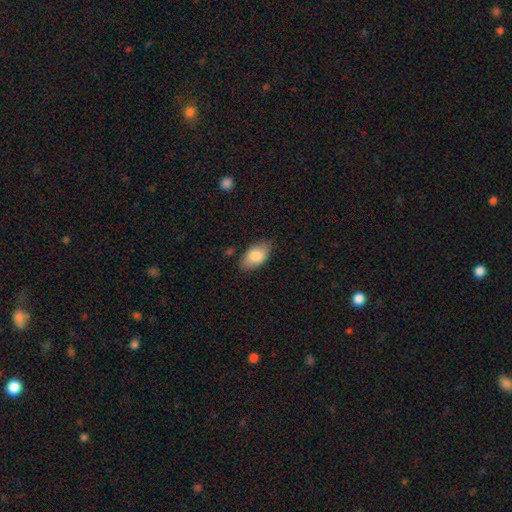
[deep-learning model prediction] Q: Smooth or featured?
A: smooth (82%); runner-up: featured or disk (12%)
Q: How rounded?
A: in between (93%); runner-up: round (4%)
Q: Merging?
A: none (77%); runner-up: minor disturbance (18%)